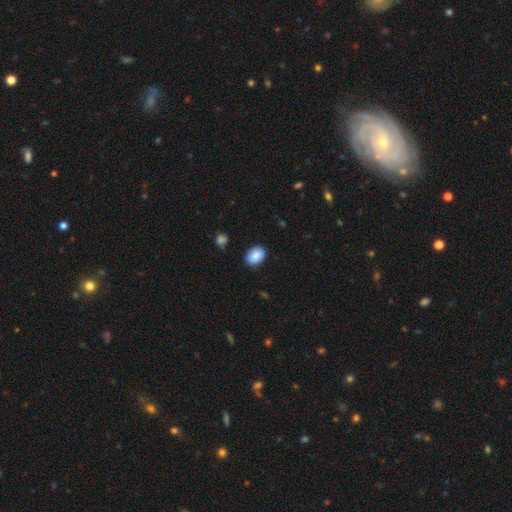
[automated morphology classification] Smooth or featured? Predicted: smooth (p=0.88). How rounded? Predicted: in between (p=0.73). Merging? Predicted: none (p=0.86).